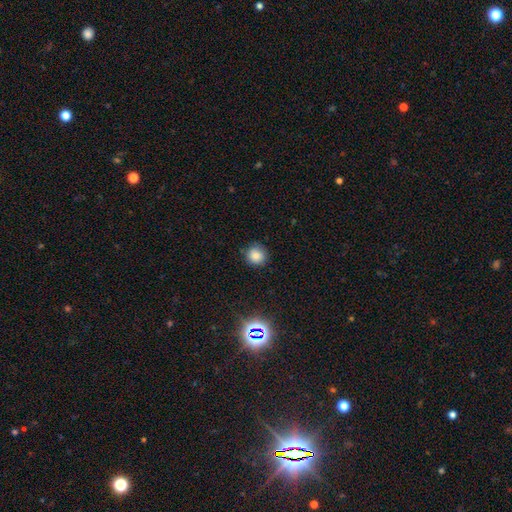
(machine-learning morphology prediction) smooth_or_featured: smooth (p=0.81) [alt: star or artifact p=0.14]
how_rounded: round (p=0.91) [alt: in between p=0.08]
merging: none (p=0.83) [alt: minor disturbance p=0.13]